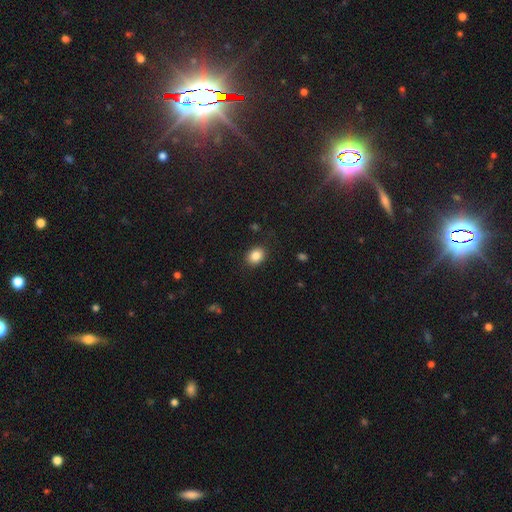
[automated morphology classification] smooth 86%, star or artifact 9%, featured or disk 5%. Down the decision tree: how rounded — in between (55%); merging — none (88%).